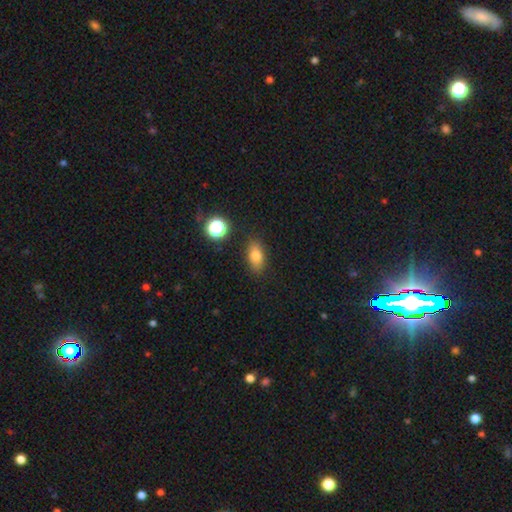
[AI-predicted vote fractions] This appears to be a smooth galaxy with no disk features (78%) that is in between round and cigar-shaped (81%). Merging: none (85%).